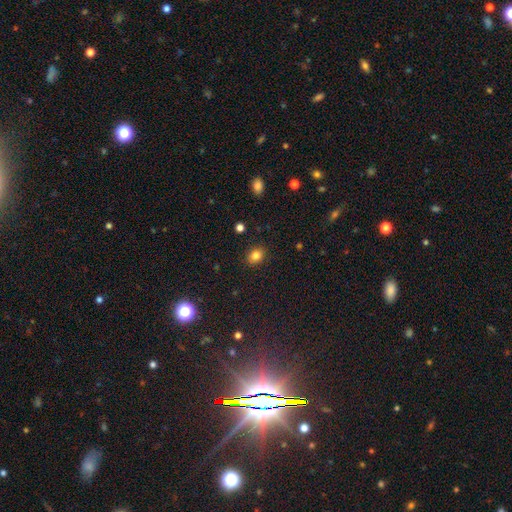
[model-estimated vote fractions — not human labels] smooth-or-featured: smooth: 82% | star or artifact: 12% | featured or disk: 6%
  how-rounded: round: 50% | in between: 49% | cigar-shaped: 1%
  merging: none: 88% | minor disturbance: 8% | major disturbance: 2% | merger: 1%